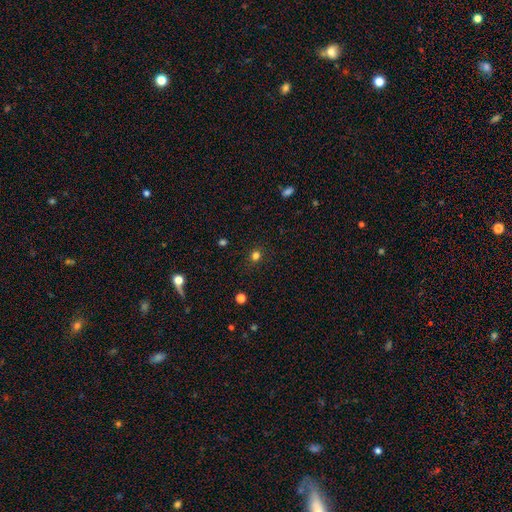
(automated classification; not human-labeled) Morphology: type=smooth (77%); roundness=round (86%); merging=none (88%).